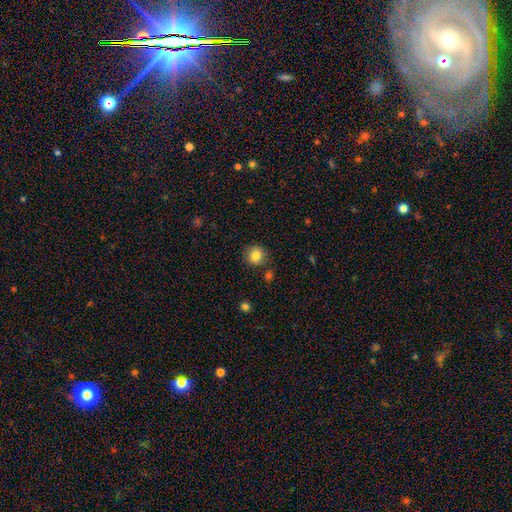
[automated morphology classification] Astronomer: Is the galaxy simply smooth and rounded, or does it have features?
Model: smooth — 83%.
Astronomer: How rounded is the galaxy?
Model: round — 90%.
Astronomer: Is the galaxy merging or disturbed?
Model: none — 84%.